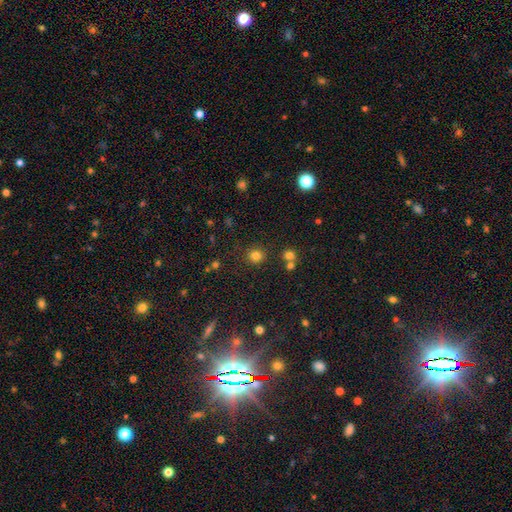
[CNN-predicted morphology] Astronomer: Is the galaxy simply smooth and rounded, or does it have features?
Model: smooth — 79%.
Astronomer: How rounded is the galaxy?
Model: round — 90%.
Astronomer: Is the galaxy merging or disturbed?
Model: none — 84%.